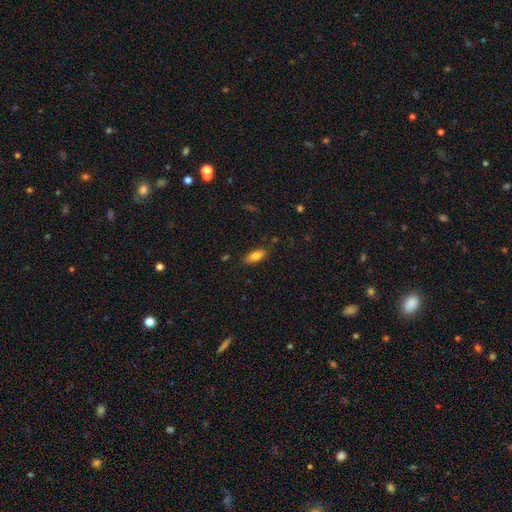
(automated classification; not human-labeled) Smooth or featured: smooth — 81% (featured or disk — 11%)
How rounded: in between — 81% (cigar-shaped — 16%)
Merging: none — 82% (minor disturbance — 13%)